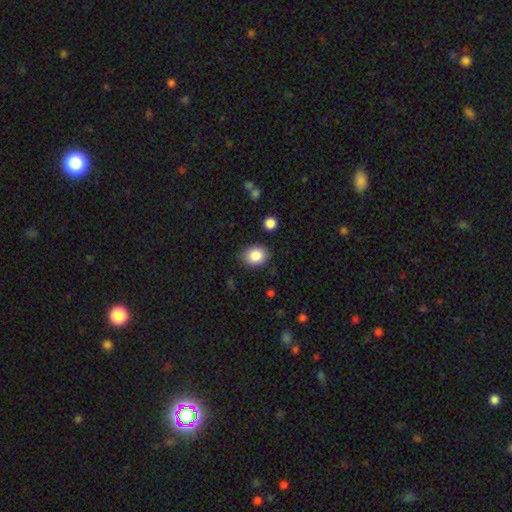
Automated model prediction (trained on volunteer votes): This is clearly a smooth galaxy (86%). How rounded: possibly round (50%). Merging: clearly none (82%).